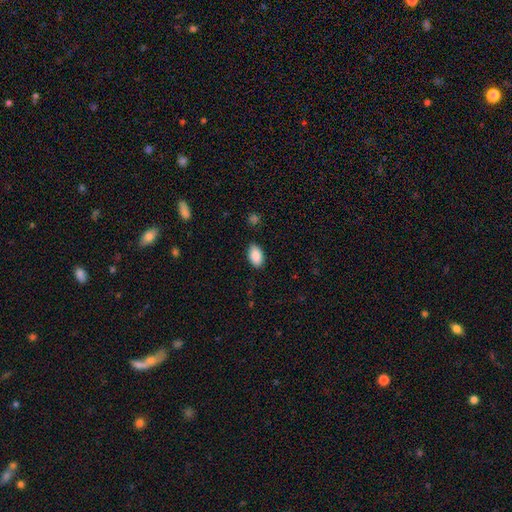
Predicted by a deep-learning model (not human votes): Smooth or featured? Predicted: smooth (p=0.89). How rounded? Predicted: in between (p=0.92). Merging? Predicted: none (p=0.86).